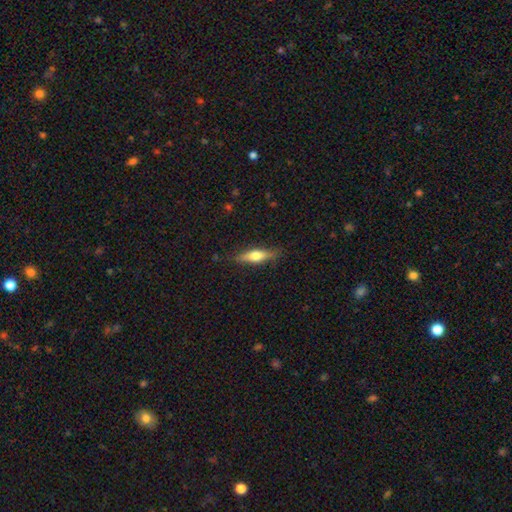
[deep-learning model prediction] This is possibly a smooth galaxy (56%). How rounded: likely cigar-shaped (63%). Merging: clearly none (83%).